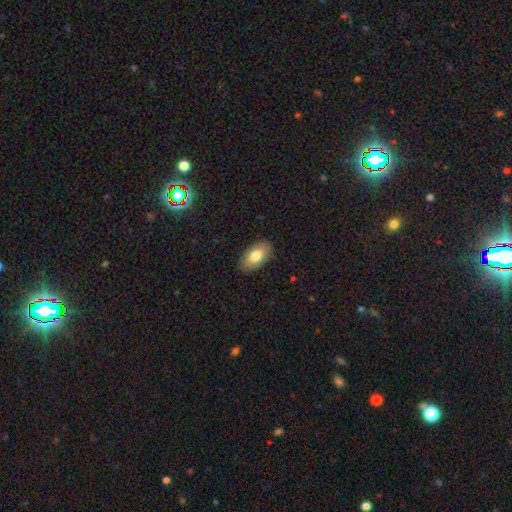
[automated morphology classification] A smooth galaxy with no disk features (78%) that is in between round and cigar-shaped (94%).

Vote fractions:
- Smooth or featured? smooth: 78% / featured or disk: 15% / star or artifact: 7%
- How rounded? in between: 94% / round: 4% / cigar-shaped: 2%
- Merging? none: 88% / minor disturbance: 9% / major disturbance: 2% / merger: 1%